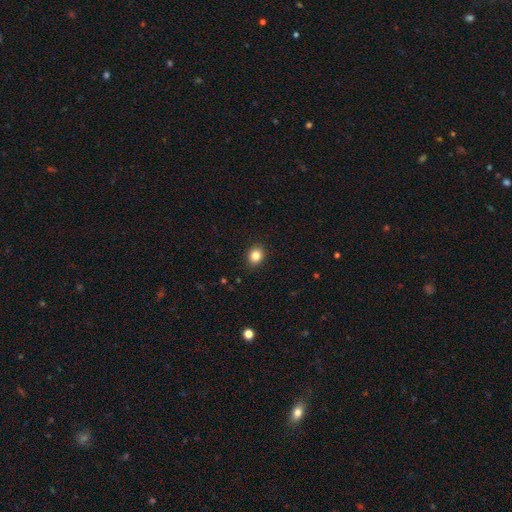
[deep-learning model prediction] smooth 84%, star or artifact 11%, featured or disk 5%. Down the decision tree: how rounded — round (68%); merging — none (91%).